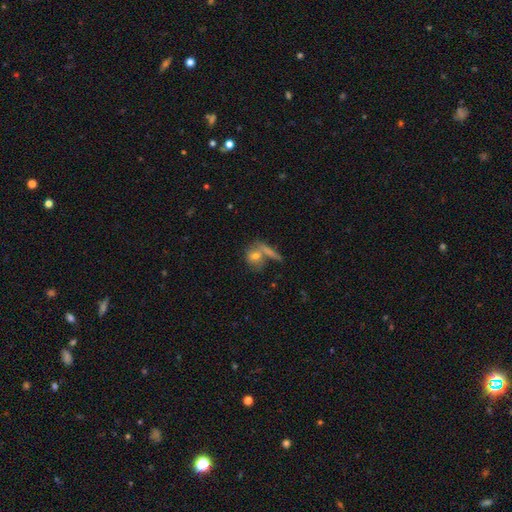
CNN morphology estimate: This is possibly a smooth galaxy (59%). How rounded: possibly round (56%). Merging: possibly none (47%).